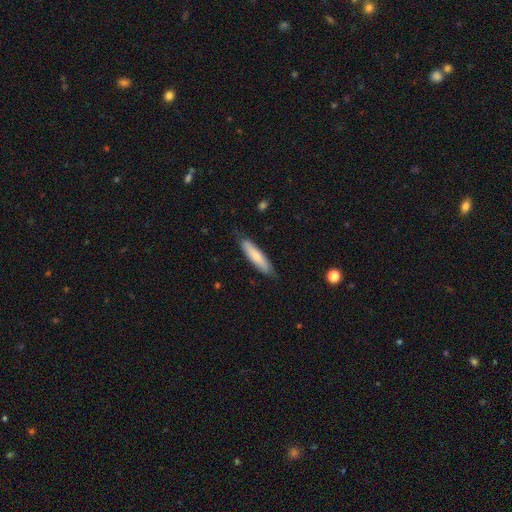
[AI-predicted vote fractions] Smooth or featured? Predicted: smooth (p=0.76). How rounded? Predicted: cigar-shaped (p=0.79). Merging? Predicted: none (p=0.83).